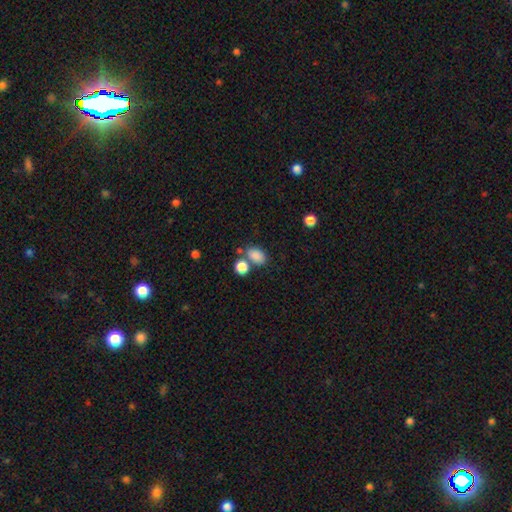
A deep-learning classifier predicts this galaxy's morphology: Smooth or featured? Predicted: smooth (p=0.85). How rounded? Predicted: in between (p=0.80). Merging? Predicted: none (p=0.58).